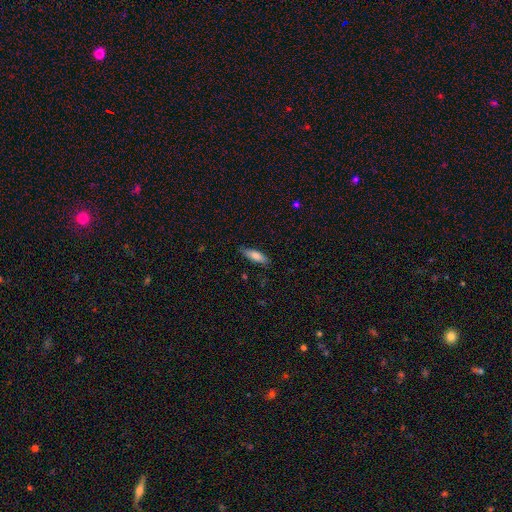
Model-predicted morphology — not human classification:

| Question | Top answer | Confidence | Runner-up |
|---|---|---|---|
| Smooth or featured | smooth | 76% | featured or disk (18%) |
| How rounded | cigar-shaped | 53% | in between (45%) |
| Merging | none | 82% | minor disturbance (14%) |